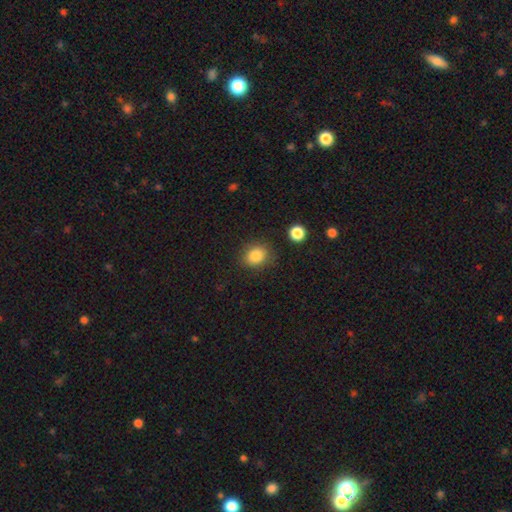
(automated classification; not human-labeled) This is clearly a smooth galaxy (84%). How rounded: likely round (64%). Merging: clearly none (84%).